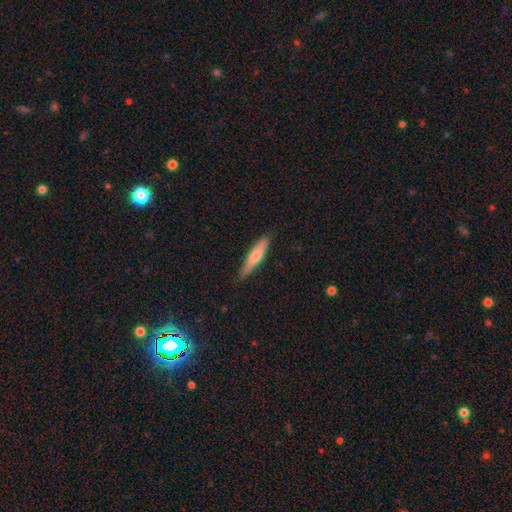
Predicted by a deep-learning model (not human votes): Overall: smooth (64%; featured or disk 31%). How rounded: cigar-shaped (82%). Merging: none (79%).